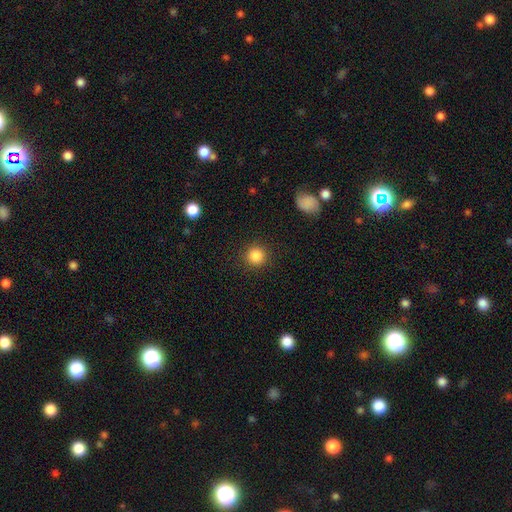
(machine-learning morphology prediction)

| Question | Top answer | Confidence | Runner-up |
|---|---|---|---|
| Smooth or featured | smooth | 86% | star or artifact (10%) |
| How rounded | round | 94% | in between (5%) |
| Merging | none | 90% | minor disturbance (6%) |